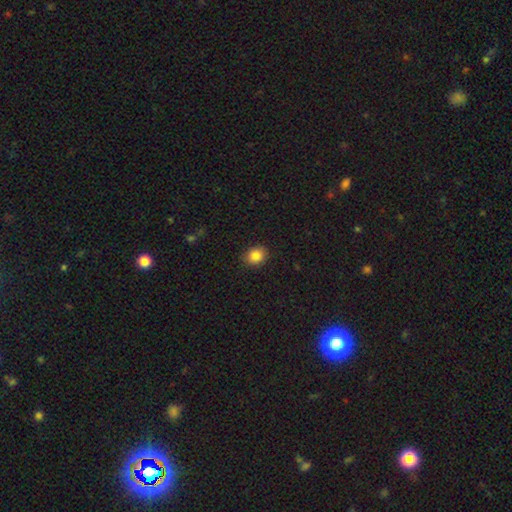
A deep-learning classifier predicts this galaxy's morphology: This is clearly a smooth galaxy (86%). How rounded: likely round (64%). Merging: clearly none (88%).